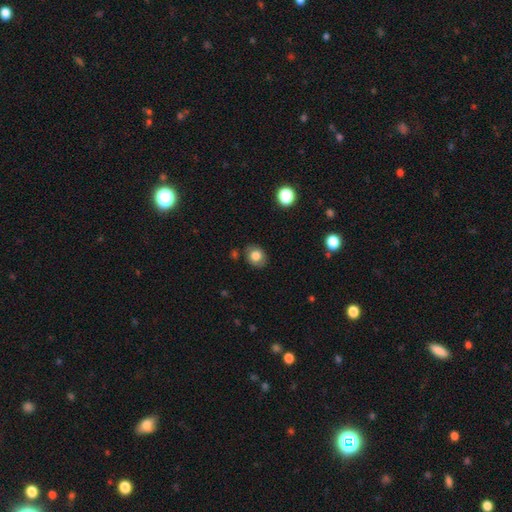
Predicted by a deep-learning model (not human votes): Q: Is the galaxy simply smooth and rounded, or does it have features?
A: smooth — 80%.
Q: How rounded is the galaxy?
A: round — 57%.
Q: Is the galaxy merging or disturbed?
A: none — 82%.